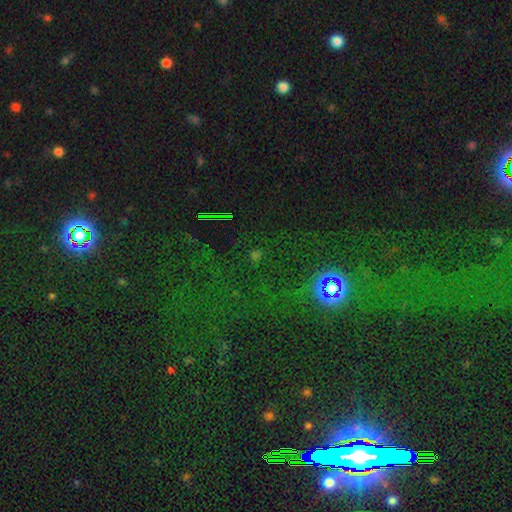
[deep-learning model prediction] Smooth or featured? Predicted: star or artifact (p=0.70).